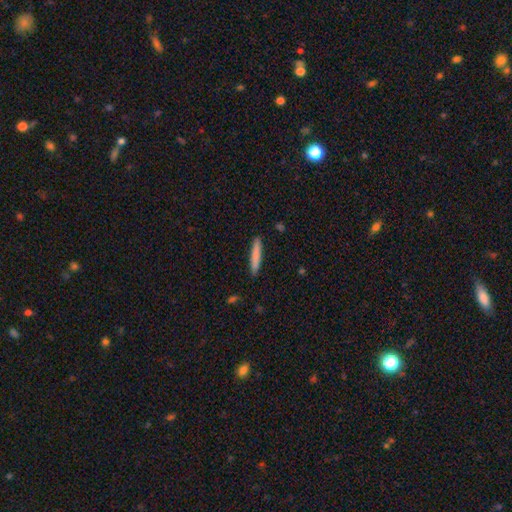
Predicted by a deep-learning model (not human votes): This appears to be a smooth galaxy with no disk features (81%) that is cigar-shaped (94%). Merging: none (90%).